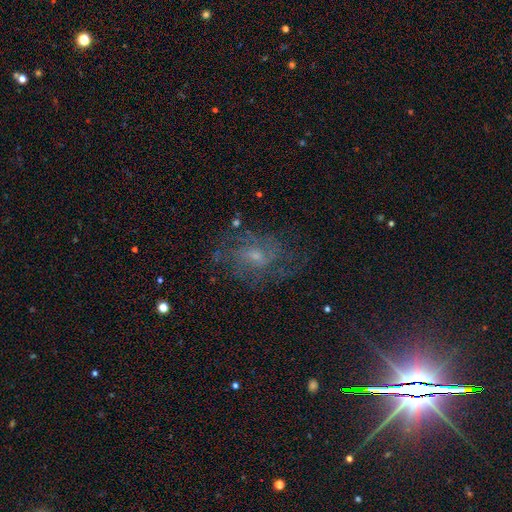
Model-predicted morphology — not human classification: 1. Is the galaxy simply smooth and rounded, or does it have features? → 69% featured or disk, 17% smooth, 14% star or artifact.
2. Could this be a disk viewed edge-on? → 97% no, 3% yes.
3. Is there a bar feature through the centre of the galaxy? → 55% no, 39% weak, 6% strong.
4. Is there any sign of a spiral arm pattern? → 83% yes, 17% no.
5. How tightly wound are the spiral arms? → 45% medium, 34% tight, 21% loose.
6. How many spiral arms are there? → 45% can't tell, 22% 2, 14% 3, 8% 4, 5% 1, 5% more than 4.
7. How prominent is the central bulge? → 61% small, 30% moderate, 6% none, 2% large, 1% dominant.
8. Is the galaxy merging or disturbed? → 64% none, 18% minor disturbance, 16% major disturbance, 2% merger.